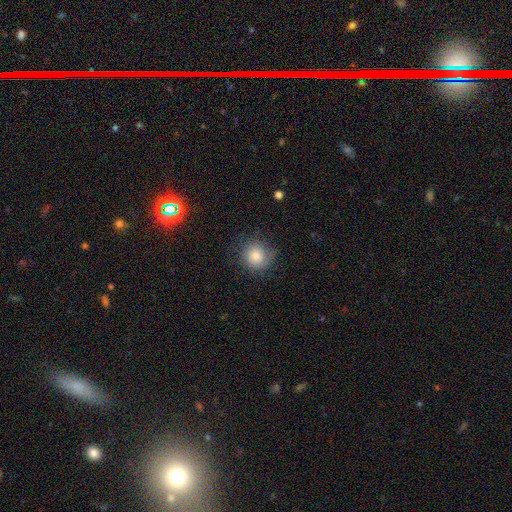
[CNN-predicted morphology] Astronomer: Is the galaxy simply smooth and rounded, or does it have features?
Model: smooth — 76%.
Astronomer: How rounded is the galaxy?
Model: round — 89%.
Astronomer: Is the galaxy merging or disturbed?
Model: none — 73%.